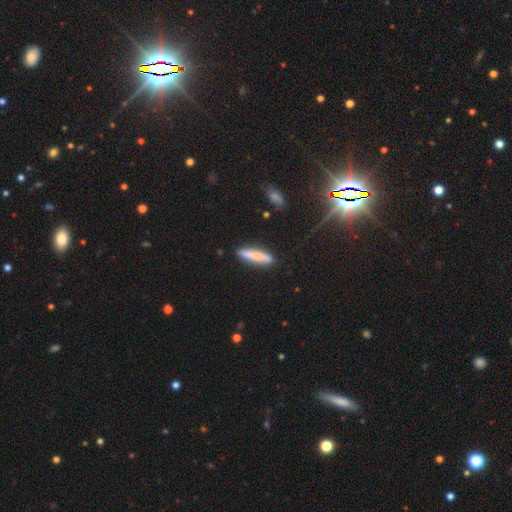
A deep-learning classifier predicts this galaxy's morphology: Smooth or featured: smooth — 70% (featured or disk — 24%)
How rounded: cigar-shaped — 84% (in between — 14%)
Merging: none — 84% (minor disturbance — 12%)